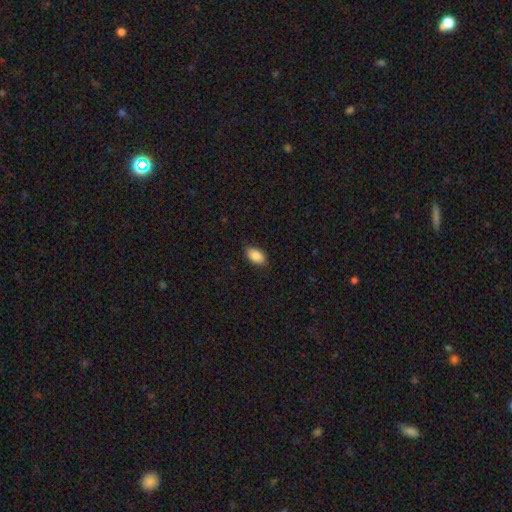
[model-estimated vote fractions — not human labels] Morphology: type=smooth (87%); roundness=in between (93%); merging=none (86%).